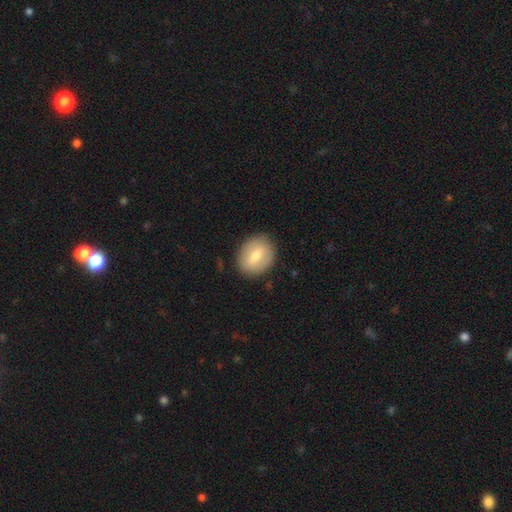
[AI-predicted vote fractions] smooth 64%, featured or disk 28%, star or artifact 8%. Down the decision tree: how rounded — round (53%); merging — none (87%).